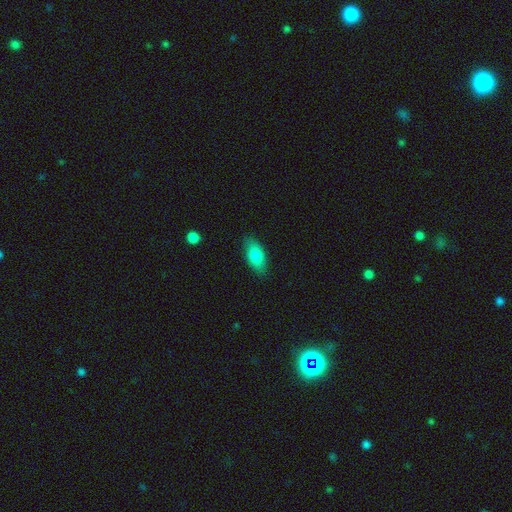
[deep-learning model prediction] Smooth or featured? Predicted: smooth (p=0.82). How rounded? Predicted: in between (p=0.88). Merging? Predicted: none (p=0.85).